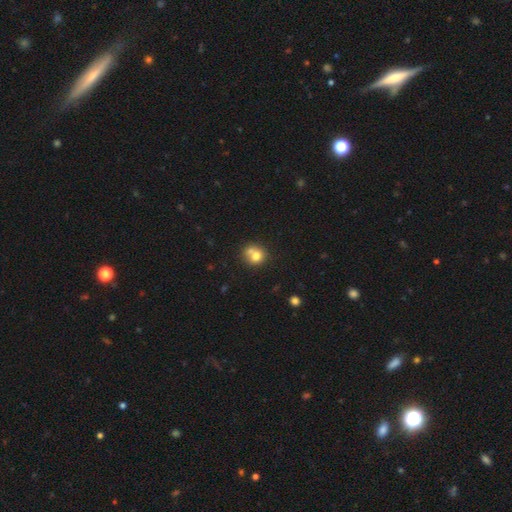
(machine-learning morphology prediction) smooth 73%, featured or disk 16%, star or artifact 11%. Down the decision tree: how rounded — round (80%); merging — merger (43%, tied with none).